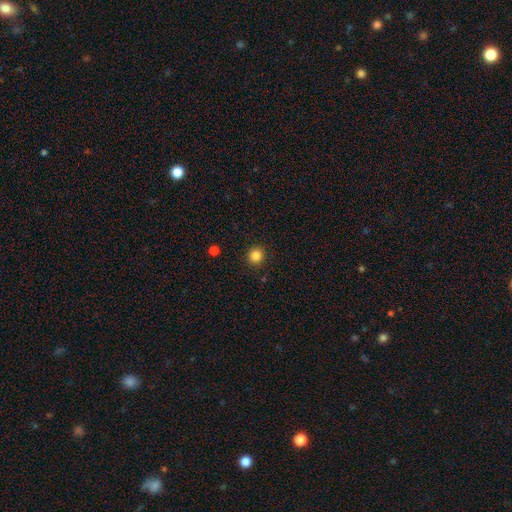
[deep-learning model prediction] smooth 84%, star or artifact 12%, featured or disk 4%. Down the decision tree: how rounded — round (91%); merging — none (92%).